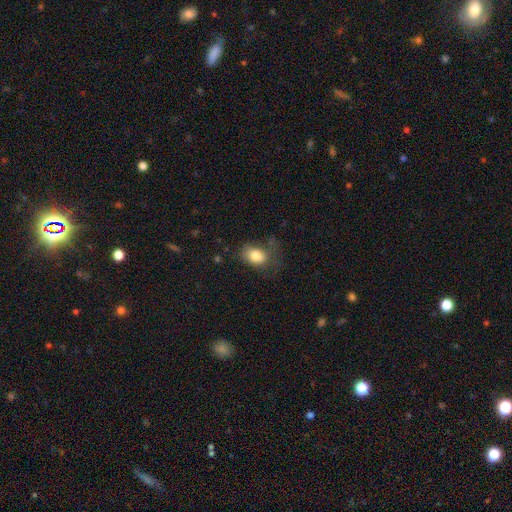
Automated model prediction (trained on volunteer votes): Morphology: type=smooth (80%); roundness=in between (77%); merging=none (51%).